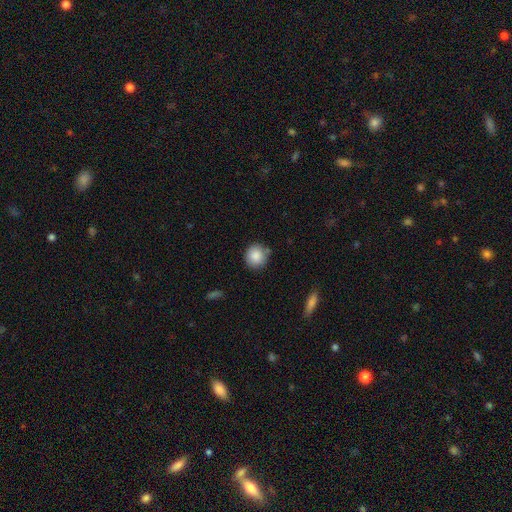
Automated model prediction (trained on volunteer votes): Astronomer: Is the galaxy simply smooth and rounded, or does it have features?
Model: smooth — 87%.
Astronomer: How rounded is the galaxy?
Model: round — 90%.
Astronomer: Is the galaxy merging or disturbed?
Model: none — 80%.